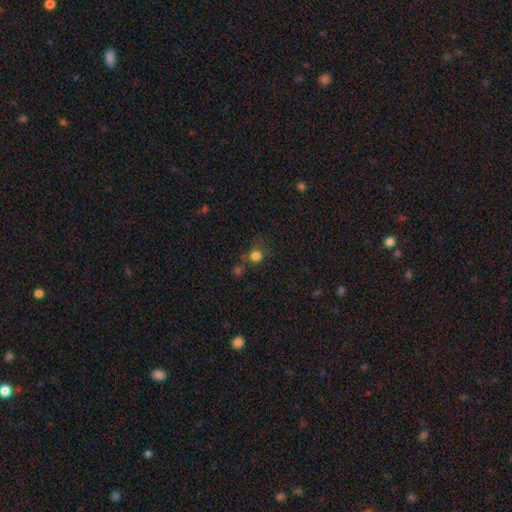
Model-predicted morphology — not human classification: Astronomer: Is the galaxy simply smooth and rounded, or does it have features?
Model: smooth — 76%.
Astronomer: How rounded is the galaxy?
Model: round — 84%.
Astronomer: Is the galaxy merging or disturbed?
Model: none — 57%.